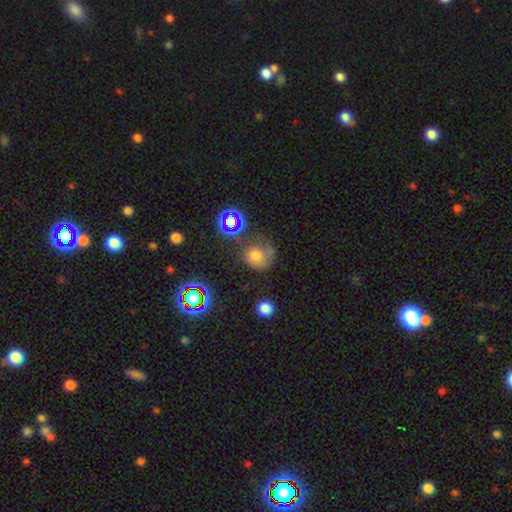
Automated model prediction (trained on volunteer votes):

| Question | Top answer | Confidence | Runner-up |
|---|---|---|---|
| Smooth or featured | smooth | 59% | featured or disk (22%) |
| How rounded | round | 79% | in between (20%) |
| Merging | none | 45% | minor disturbance (25%) |